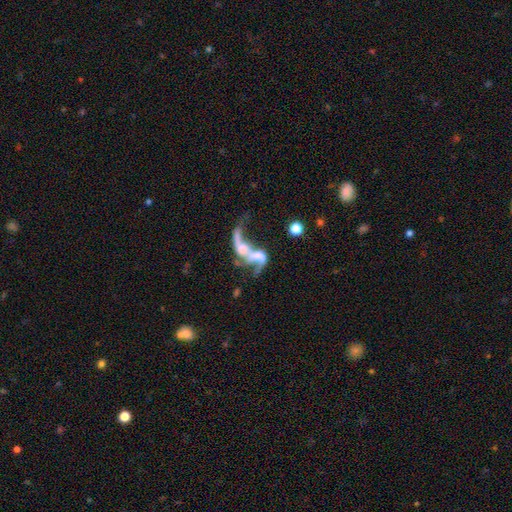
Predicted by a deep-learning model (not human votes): This appears to be a featured or disk galaxy (72%) with no bar (60%), spiral arms (66%) and no central bulge (43%). Merging: merger (53%).